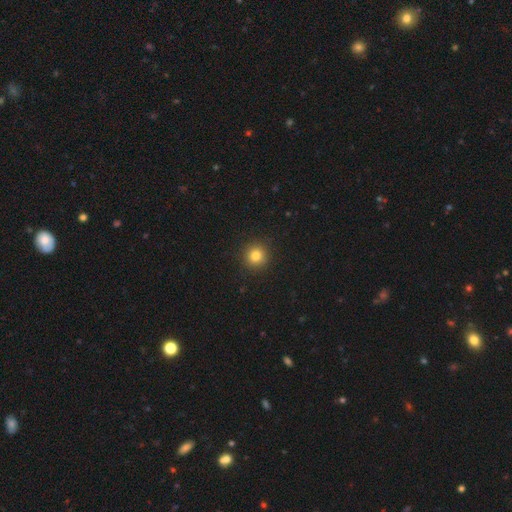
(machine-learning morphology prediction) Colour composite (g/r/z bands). It shows a smooth galaxy with no disk features (82%) that is round (94%). Merging: none (92%).